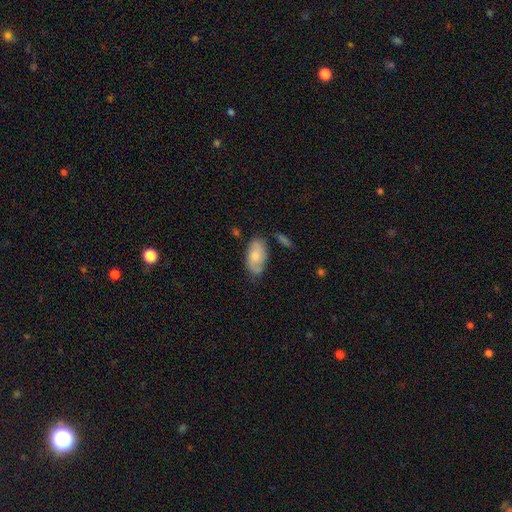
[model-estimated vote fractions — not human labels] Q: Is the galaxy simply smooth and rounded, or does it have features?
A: smooth — 65%.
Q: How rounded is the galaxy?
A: in between — 93%.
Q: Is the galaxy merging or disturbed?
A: none — 63%.